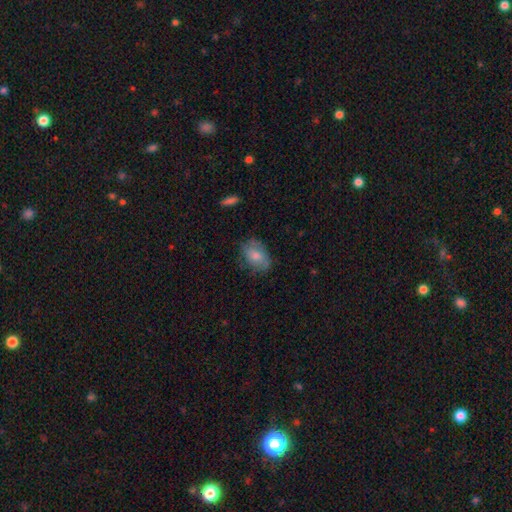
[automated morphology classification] smooth_or_featured: smooth (p=0.70) [alt: featured or disk p=0.23]
how_rounded: in between (p=0.83) [alt: round p=0.15]
merging: none (p=0.67) [alt: minor disturbance p=0.24]